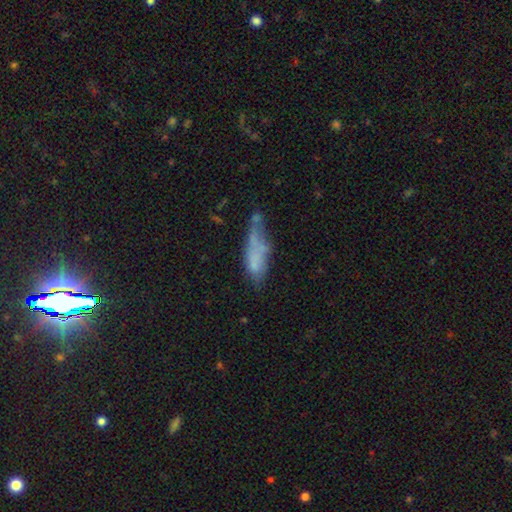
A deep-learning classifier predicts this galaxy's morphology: Overall: smooth (56%; featured or disk 32%). How rounded: cigar-shaped (51%; in between 46%). Merging: none (37%; minor disturbance 28%).